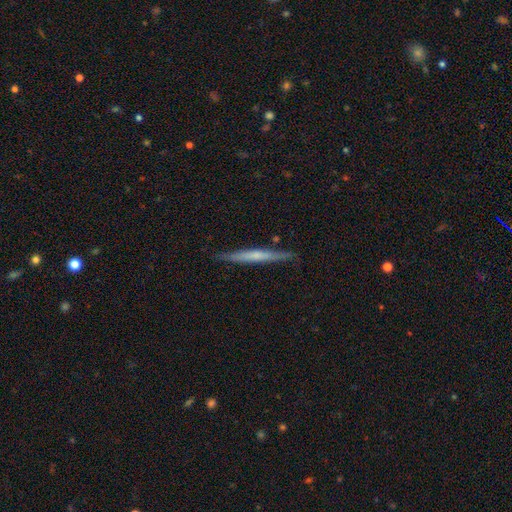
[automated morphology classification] Overall: featured or disk (50%; smooth 44%). Edge-on disk: yes (96%). Merging: none (88%).